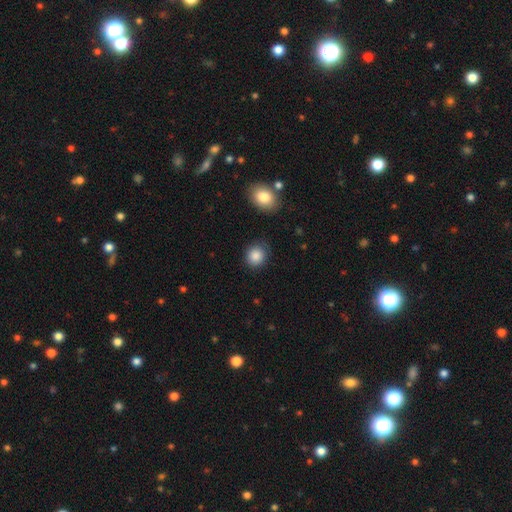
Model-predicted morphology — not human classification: This is clearly a smooth galaxy (87%). How rounded: likely round (80%). Merging: clearly none (81%).